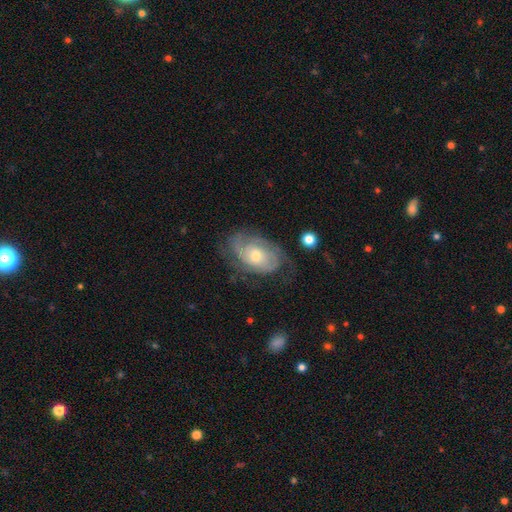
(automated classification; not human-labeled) featured or disk 80%, smooth 15%, star or artifact 6%. Down the decision tree: edge-on disk — no (95%); bar — no (75%); spiral arms — yes (91%); spiral arm count — can't tell (35%); spiral winding — tight (59%); bulge size — moderate (57%); merging — none (65%).